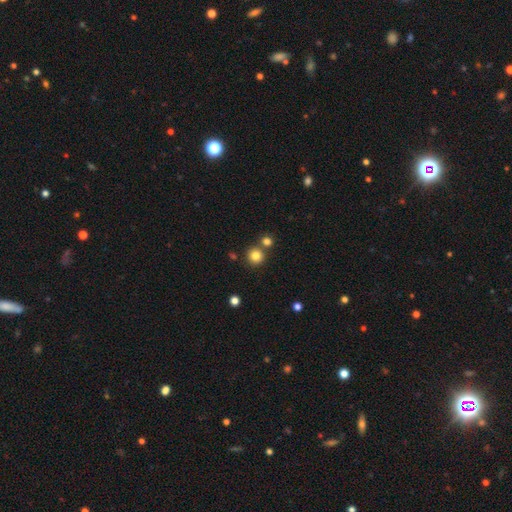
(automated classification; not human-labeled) Smooth or featured? Predicted: smooth (p=0.82). How rounded? Predicted: round (p=0.94). Merging? Predicted: none (p=0.77).